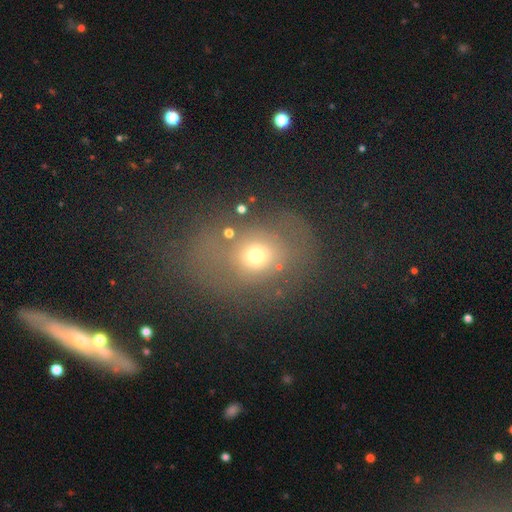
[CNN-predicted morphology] Smooth or featured? Predicted: smooth (p=0.62). How rounded? Predicted: round (p=0.58). Merging? Predicted: none (p=0.53).